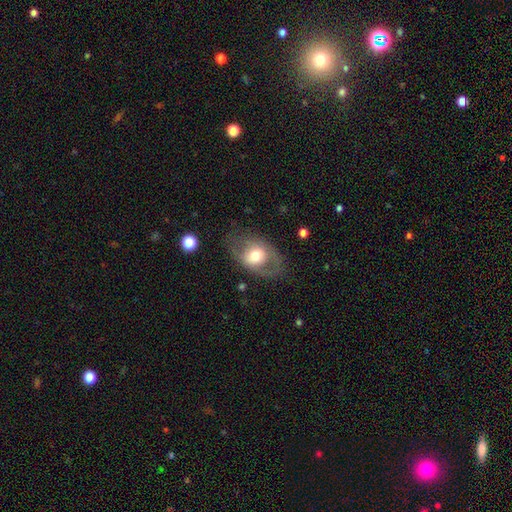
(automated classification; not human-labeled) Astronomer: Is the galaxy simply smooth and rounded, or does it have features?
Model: smooth — 51% (runner-up: featured or disk, 42%).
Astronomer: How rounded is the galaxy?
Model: in between — 72%.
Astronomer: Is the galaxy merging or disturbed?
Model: none — 65%.